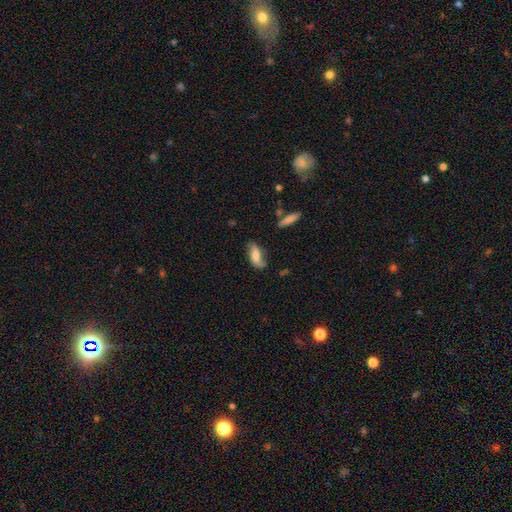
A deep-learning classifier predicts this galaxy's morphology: This is possibly a featured or disk galaxy (46%, tied with smooth). Merging: possibly none (57%).